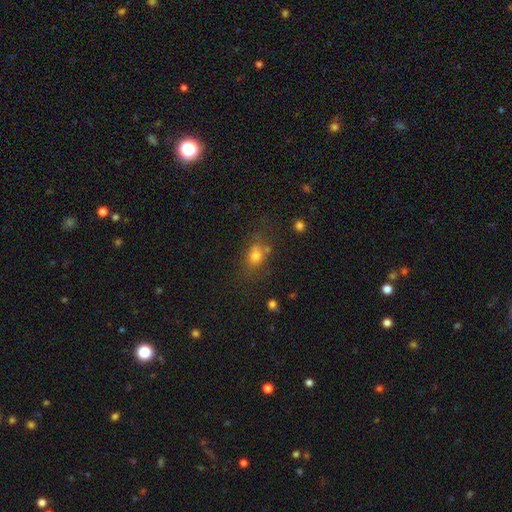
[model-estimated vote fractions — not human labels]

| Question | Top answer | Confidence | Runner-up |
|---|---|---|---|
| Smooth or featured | smooth | 71% | star or artifact (15%) |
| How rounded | in between | 63% | round (34%) |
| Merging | none | 54% | minor disturbance (21%) |